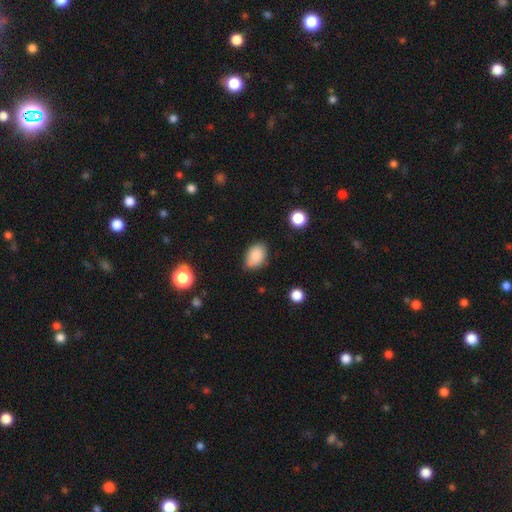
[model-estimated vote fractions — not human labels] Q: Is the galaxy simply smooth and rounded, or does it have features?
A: smooth — 86%.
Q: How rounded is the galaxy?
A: in between — 87%.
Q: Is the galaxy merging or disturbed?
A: none — 72%.